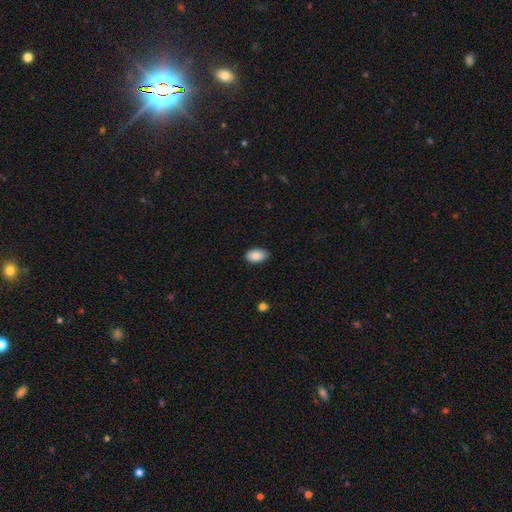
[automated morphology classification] Smooth or featured? Predicted: smooth (p=0.88). How rounded? Predicted: in between (p=0.92). Merging? Predicted: none (p=0.78).